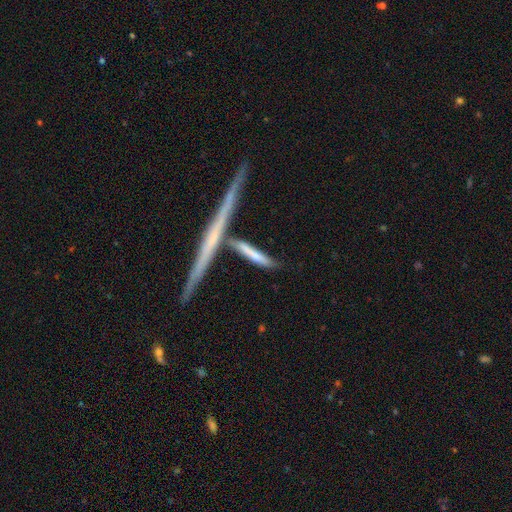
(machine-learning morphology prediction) type=smooth (53%); roundness=cigar-shaped (84%); merging=none (59%).